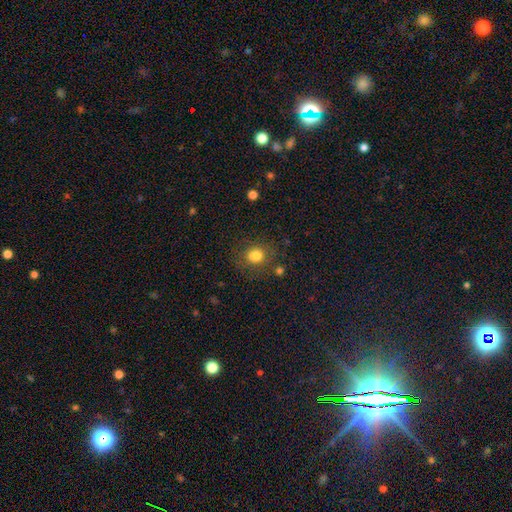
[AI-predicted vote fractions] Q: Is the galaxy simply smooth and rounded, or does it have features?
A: smooth — 77%.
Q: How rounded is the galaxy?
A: round — 64%.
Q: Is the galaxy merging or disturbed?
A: none — 69%.